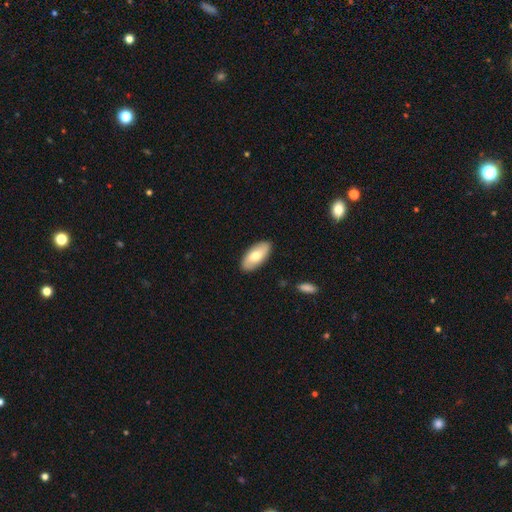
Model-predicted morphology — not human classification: Smooth or featured?
  - smooth: 70% *
  - featured or disk: 25%
  - star or artifact: 5%
How rounded?
  - in between: 91% *
  - cigar-shaped: 7%
  - round: 2%
Merging?
  - none: 89% *
  - minor disturbance: 8%
  - major disturbance: 2%
  - merger: 1%